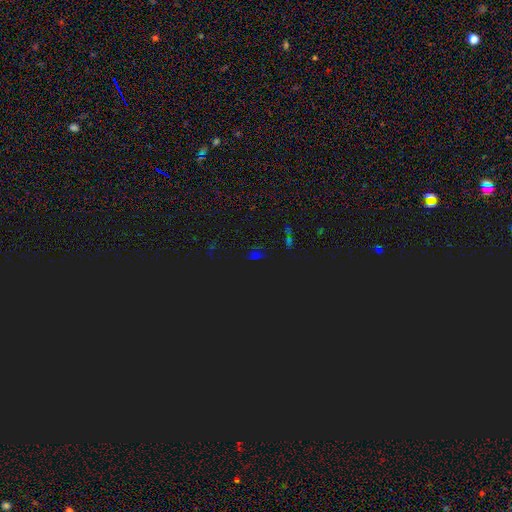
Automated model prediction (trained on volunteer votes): This is likely a star or artifact rather than a galaxy (70%).